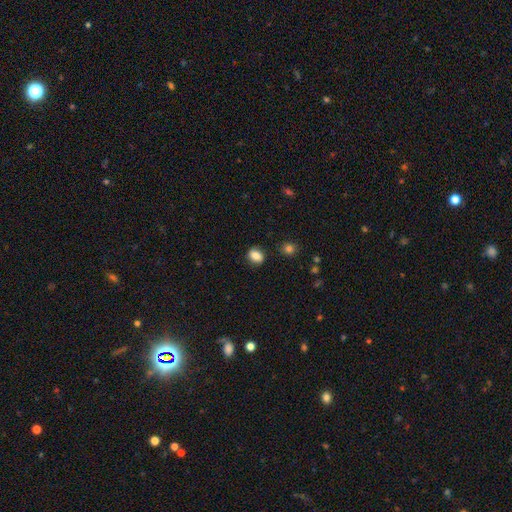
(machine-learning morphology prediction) Smooth or featured?
  - smooth: 83% *
  - star or artifact: 9%
  - featured or disk: 8%
How rounded?
  - in between: 55% *
  - round: 44%
  - cigar-shaped: 1%
Merging?
  - none: 84% *
  - minor disturbance: 11%
  - major disturbance: 3%
  - merger: 2%